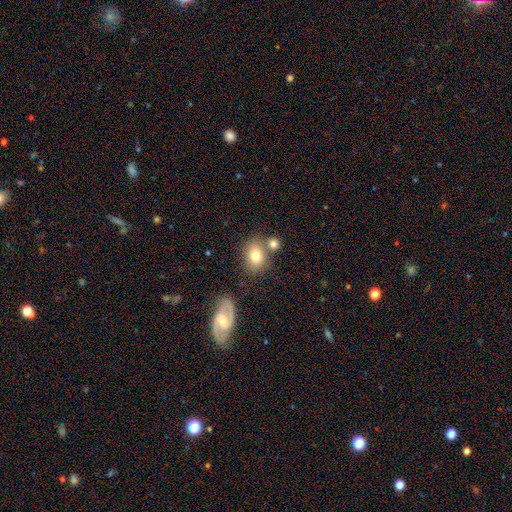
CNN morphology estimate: smooth-or-featured: smooth: 75% | featured or disk: 16% | star or artifact: 9%
  how-rounded: in between: 65% | round: 33% | cigar-shaped: 1%
  merging: none: 60% | merger: 21% | minor disturbance: 14% | major disturbance: 5%